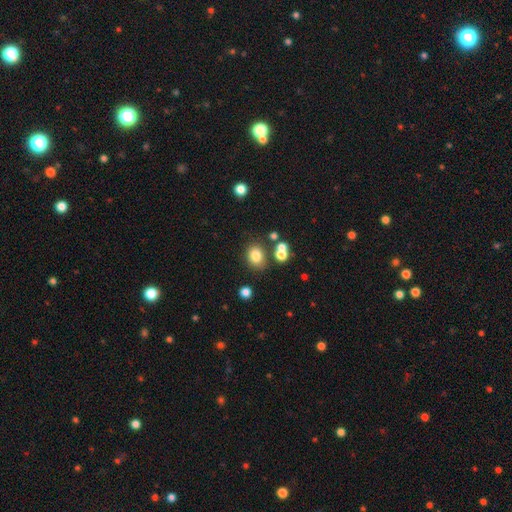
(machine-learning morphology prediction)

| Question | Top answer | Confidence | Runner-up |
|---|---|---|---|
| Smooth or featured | smooth | 80% | star or artifact (13%) |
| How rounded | round | 60% | in between (39%) |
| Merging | none | 73% | minor disturbance (12%) |